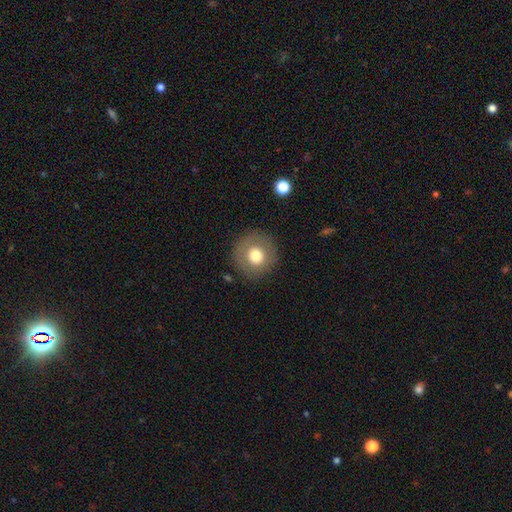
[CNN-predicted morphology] Smooth or featured? Predicted: smooth (p=0.74). How rounded? Predicted: round (p=0.95). Merging? Predicted: none (p=0.88).